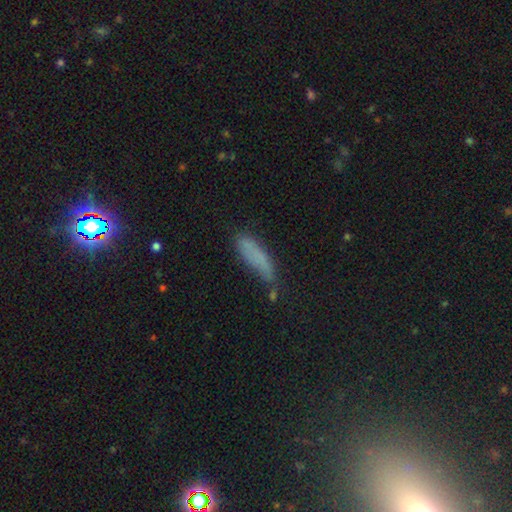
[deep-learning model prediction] Smooth or featured: smooth — 74% (featured or disk — 14%)
How rounded: cigar-shaped — 66% (in between — 32%)
Merging: none — 55% (minor disturbance — 30%)